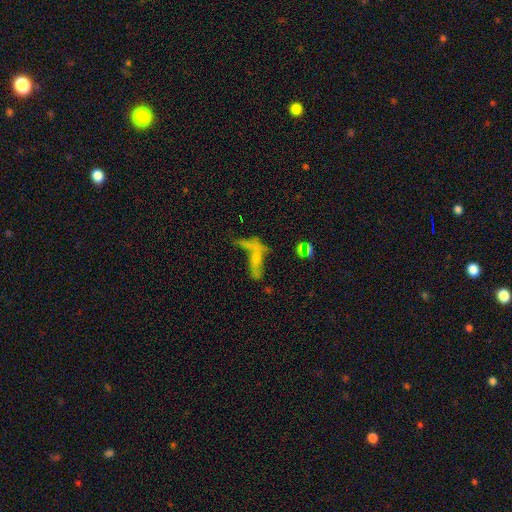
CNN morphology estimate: Smooth or featured? featured or disk (39%)
Merging? merger (34%)